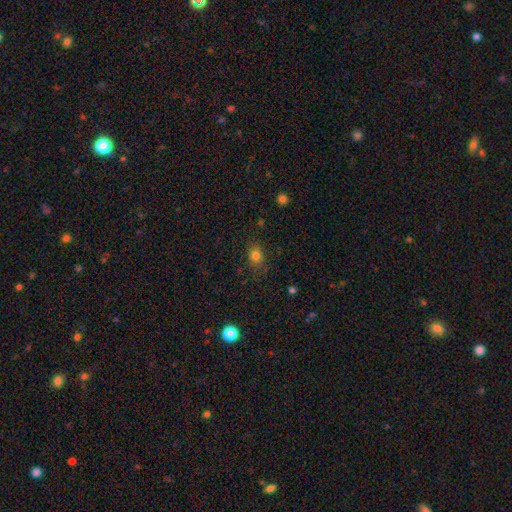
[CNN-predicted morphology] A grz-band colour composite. It shows a smooth galaxy with no disk features (78%) that is in between round and cigar-shaped (55%). Merging: none (79%).